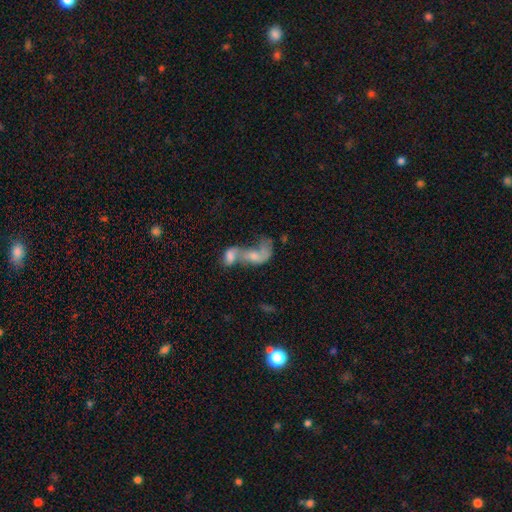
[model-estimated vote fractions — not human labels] Q: Smooth or featured?
A: smooth (48%); runner-up: featured or disk (42%)
Q: Merging?
A: merger (79%); runner-up: major disturbance (11%)